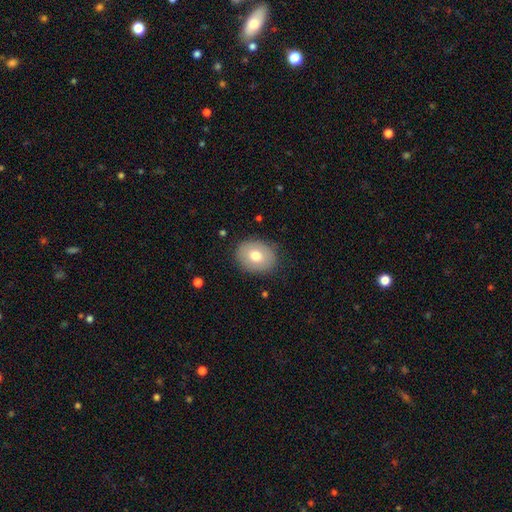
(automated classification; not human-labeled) smooth 73%, featured or disk 20%, star or artifact 7%. Down the decision tree: how rounded — in between (55%); merging — none (84%).